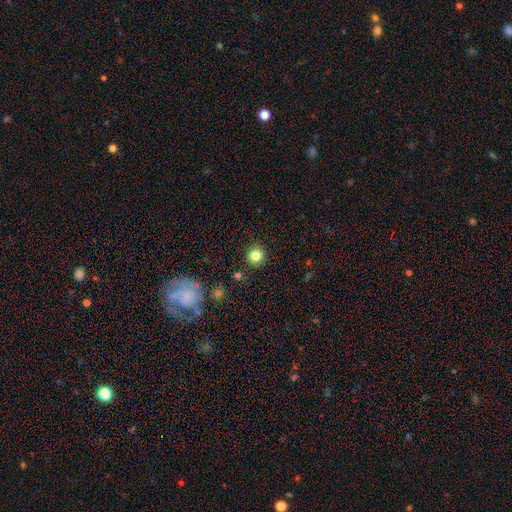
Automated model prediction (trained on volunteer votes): A smooth galaxy with no disk features (82%) that is round (91%). Merging: none (89%).